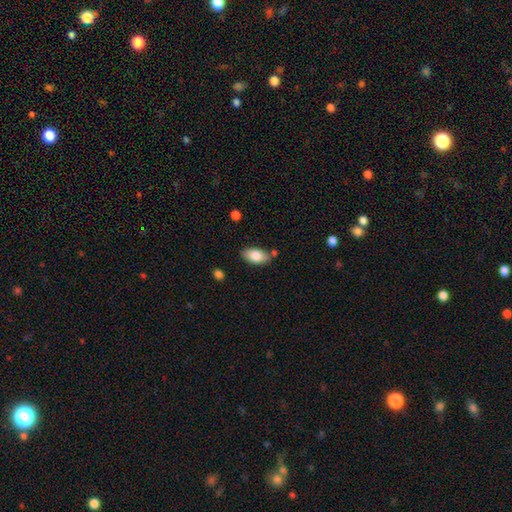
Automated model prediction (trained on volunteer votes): The model was most divided on "merging": none: 78%, minor disturbance: 14%, merger: 5%, major disturbance: 3%. More confident: how rounded — in between (94%); smooth or featured — smooth (81%).